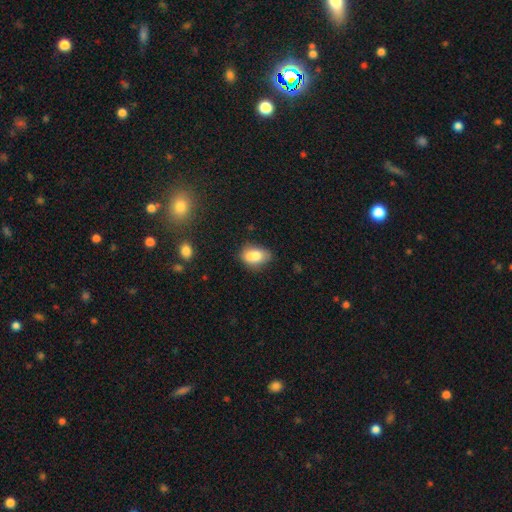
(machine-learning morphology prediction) A smooth galaxy with no disk features (80%) that is in between round and cigar-shaped (83%). Merging: none (59%).